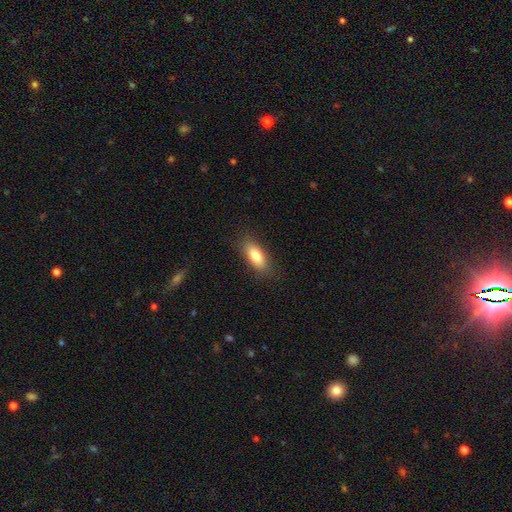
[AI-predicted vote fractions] This is clearly a smooth galaxy (81%). How rounded: likely in between (80%). Merging: clearly none (85%).